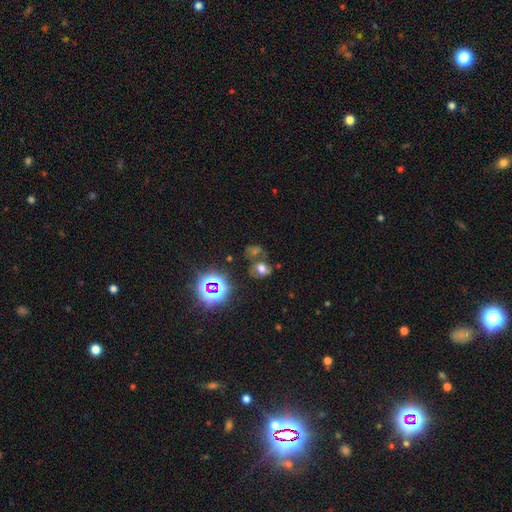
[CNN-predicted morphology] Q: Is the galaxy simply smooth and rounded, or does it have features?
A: star or artifact — 71%.